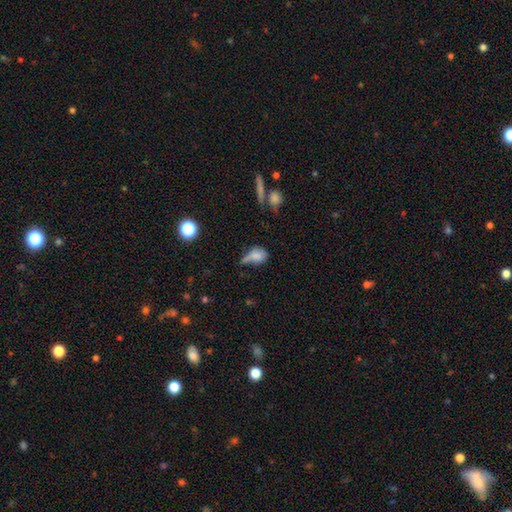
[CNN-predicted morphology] A smooth galaxy with no disk features (72%) that is in between round and cigar-shaped (73%). Merging: minor disturbance (34%).